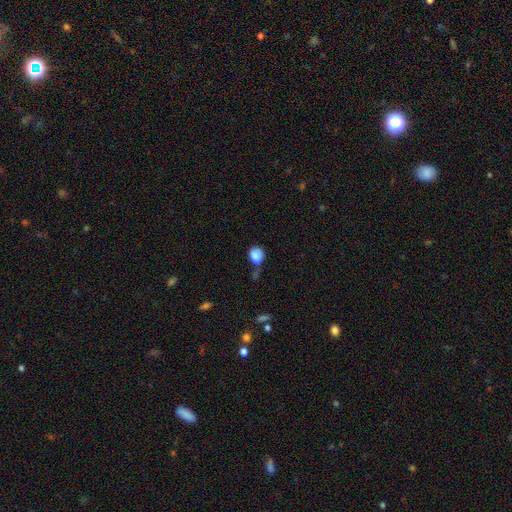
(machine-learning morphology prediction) Smooth or featured? Predicted: smooth (p=0.85). How rounded? Predicted: round (p=0.64). Merging? Predicted: none (p=0.45).